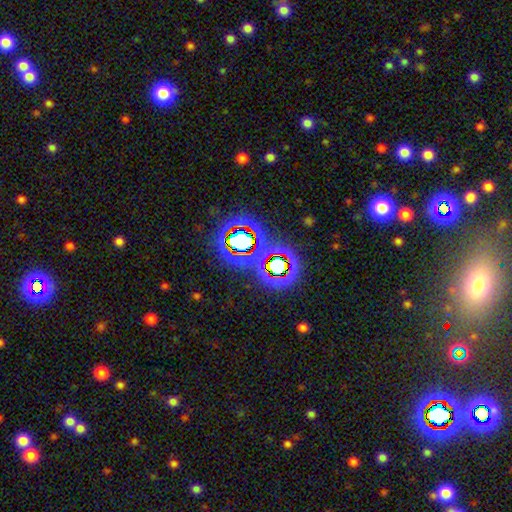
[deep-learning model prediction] star or artifact 71%, featured or disk 15%, smooth 14%.